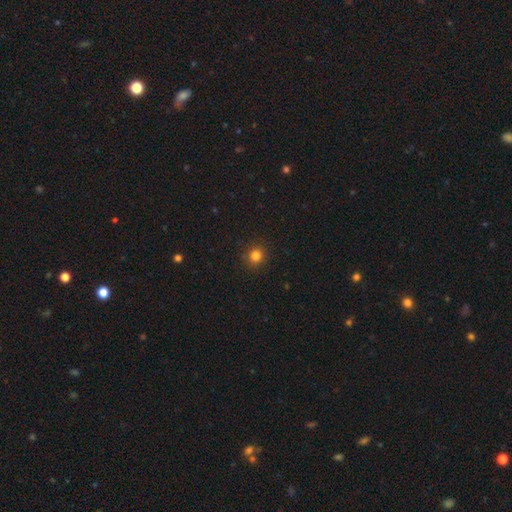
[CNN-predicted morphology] Smooth or featured? smooth (82%)
How rounded? round (91%)
Merging? none (91%)